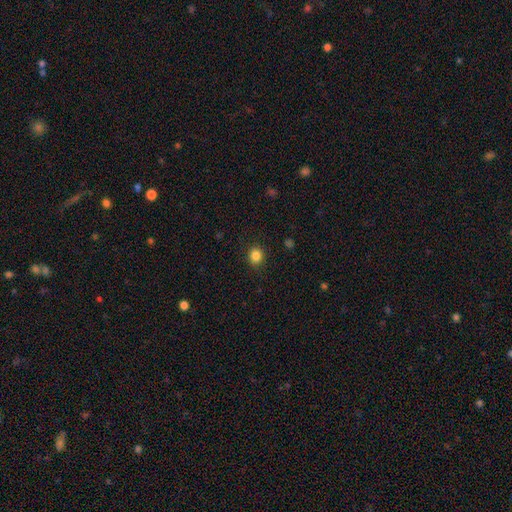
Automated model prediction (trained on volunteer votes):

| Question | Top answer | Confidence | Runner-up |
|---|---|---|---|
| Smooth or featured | smooth | 85% | star or artifact (11%) |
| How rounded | round | 77% | in between (22%) |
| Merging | none | 89% | minor disturbance (7%) |